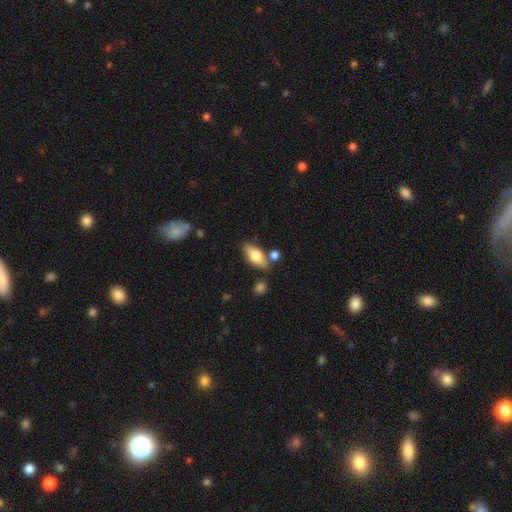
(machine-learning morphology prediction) Smooth or featured: smooth — 72% (featured or disk — 22%)
How rounded: in between — 84% (cigar-shaped — 12%)
Merging: none — 73% (minor disturbance — 13%)